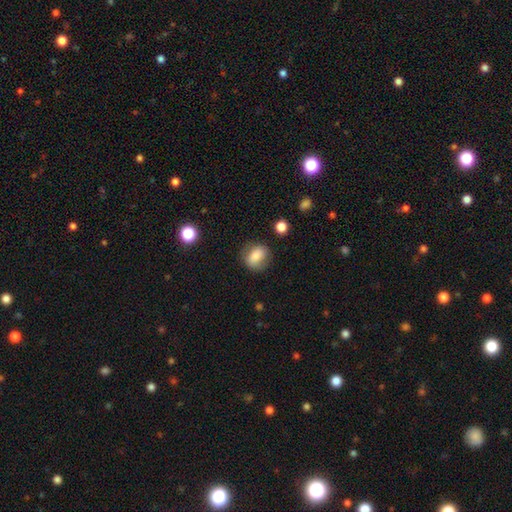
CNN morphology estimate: Q: Smooth or featured?
A: smooth (77%); runner-up: featured or disk (15%)
Q: How rounded?
A: in between (51%); runner-up: round (47%)
Q: Merging?
A: none (75%); runner-up: minor disturbance (17%)